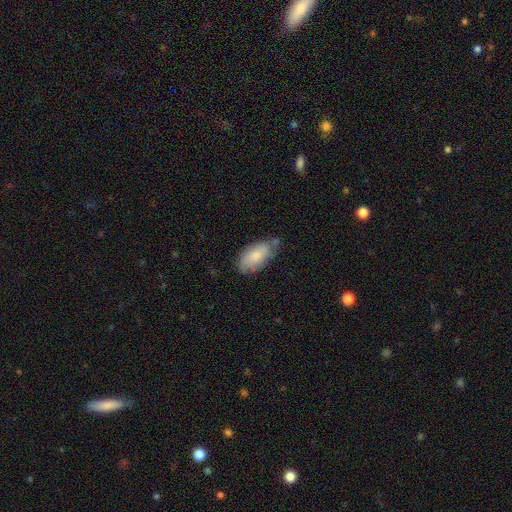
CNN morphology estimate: The model was most divided on "merging": none: 61%, minor disturbance: 29%, major disturbance: 6%, merger: 5%. More confident: how rounded — in between (92%); smooth or featured — smooth (73%).